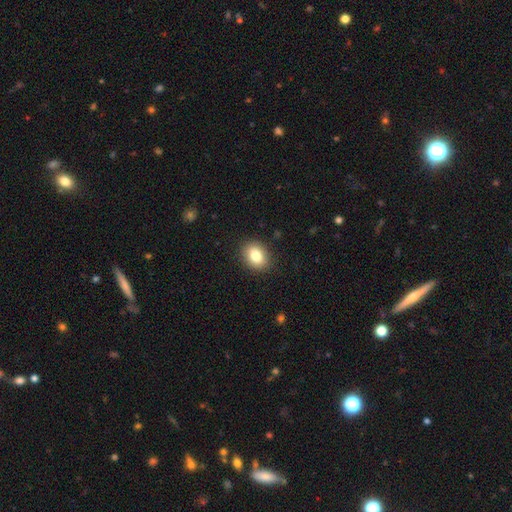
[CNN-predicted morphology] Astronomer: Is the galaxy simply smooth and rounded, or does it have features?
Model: smooth — 82%.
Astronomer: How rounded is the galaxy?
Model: in between — 63%.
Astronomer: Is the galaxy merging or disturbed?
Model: none — 89%.